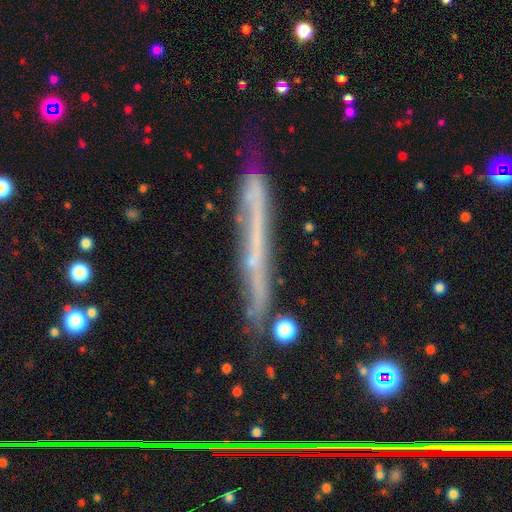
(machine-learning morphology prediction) Smooth or featured?
  - featured or disk: 63% *
  - smooth: 28%
  - star or artifact: 9%
Edge-on disk?
  - yes: 87% *
  - no: 13%
Edge-on bulge?
  - none: 83% *
  - rounded: 11%
  - boxy: 6%
Merging?
  - none: 60% *
  - minor disturbance: 25%
  - major disturbance: 10%
  - merger: 6%